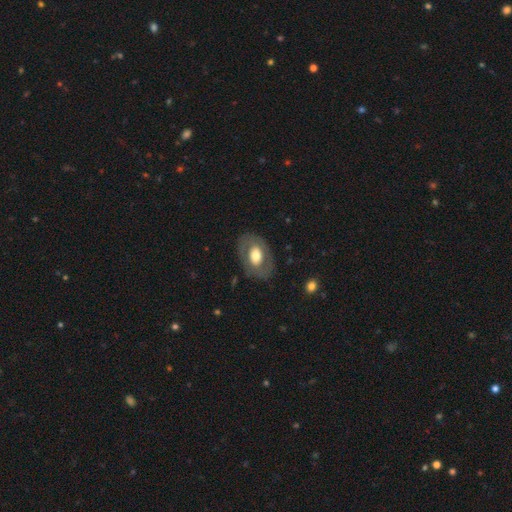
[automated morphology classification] featured or disk 47% (tied), smooth 47% (tied), star or artifact 6%. Down the decision tree: merging — none (78%).